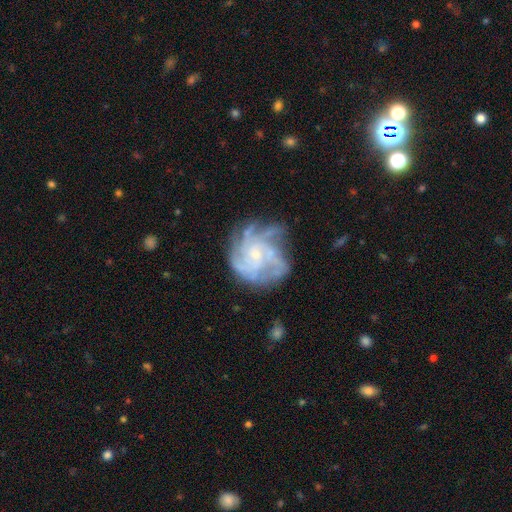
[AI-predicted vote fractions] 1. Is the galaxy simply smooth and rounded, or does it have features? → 83% featured or disk, 9% smooth, 8% star or artifact.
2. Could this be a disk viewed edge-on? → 98% no, 2% yes.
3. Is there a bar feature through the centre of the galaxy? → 73% no, 23% weak, 4% strong.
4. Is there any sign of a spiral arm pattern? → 94% yes, 6% no.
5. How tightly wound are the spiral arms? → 55% tight, 35% medium, 10% loose.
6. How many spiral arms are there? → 35% 4, 24% can't tell, 15% more than 4, 14% 3, 7% 2, 6% 1.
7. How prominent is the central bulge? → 71% small, 20% moderate, 6% none, 2% large, 1% dominant.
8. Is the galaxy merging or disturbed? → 60% none, 22% minor disturbance, 14% major disturbance, 3% merger.